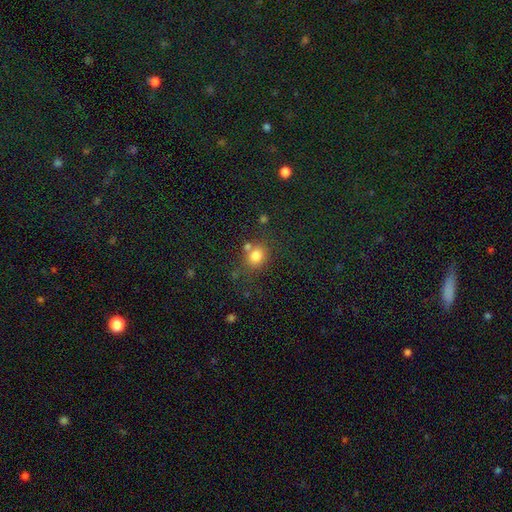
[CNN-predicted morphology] Smooth or featured: smooth — 79% (star or artifact — 13%)
How rounded: round — 67% (in between — 32%)
Merging: none — 63% (merger — 18%)